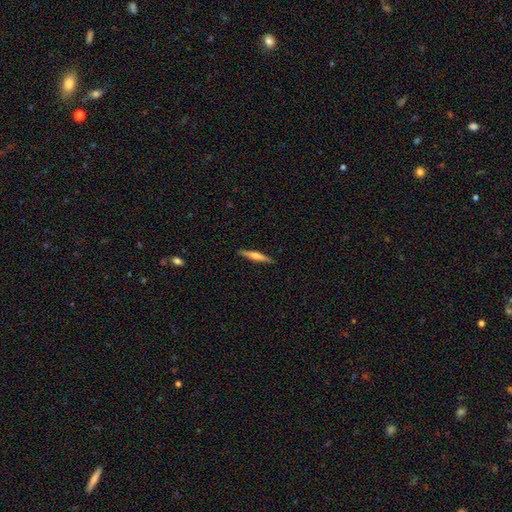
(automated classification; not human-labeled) Q: Smooth or featured?
A: featured or disk (50%); runner-up: smooth (45%)
Q: Merging?
A: none (90%); runner-up: minor disturbance (7%)